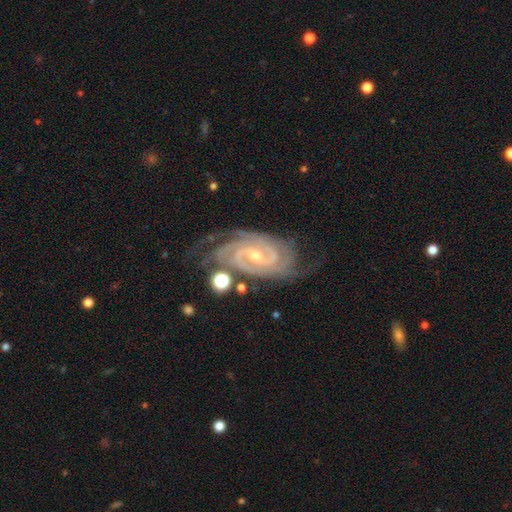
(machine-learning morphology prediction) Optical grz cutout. It shows a featured or disk galaxy (92%) with a weak bar (43%), 2 (51%) tight (72%) spiral arms (99%) and a small central bulge (64%). Merging: none (69%).